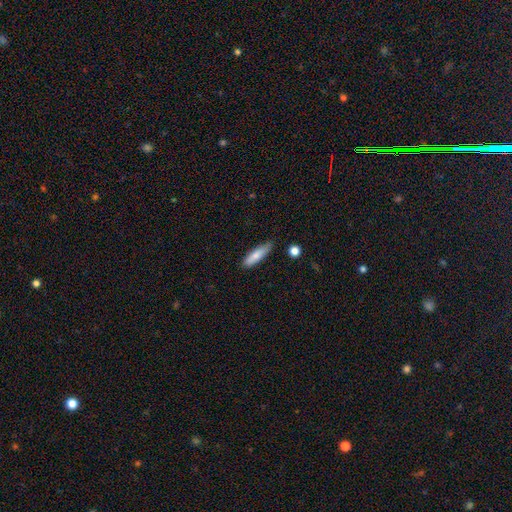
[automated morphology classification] Smooth or featured? Predicted: smooth (p=0.77). How rounded? Predicted: cigar-shaped (p=0.66). Merging? Predicted: none (p=0.74).